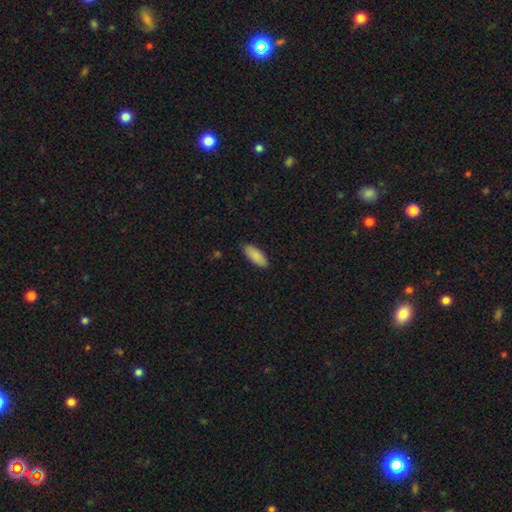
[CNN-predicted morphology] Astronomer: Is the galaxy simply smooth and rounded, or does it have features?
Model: smooth — 89%.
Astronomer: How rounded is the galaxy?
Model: in between — 78%.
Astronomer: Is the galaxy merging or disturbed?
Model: none — 86%.